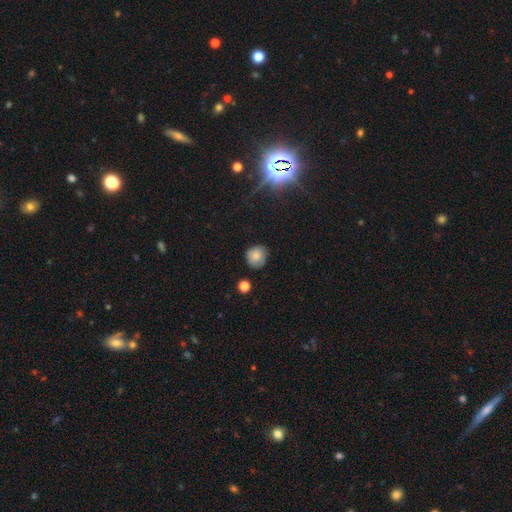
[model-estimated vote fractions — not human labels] smooth 80%, featured or disk 10%, star or artifact 10%. Down the decision tree: how rounded — round (82%); merging — none (72%).